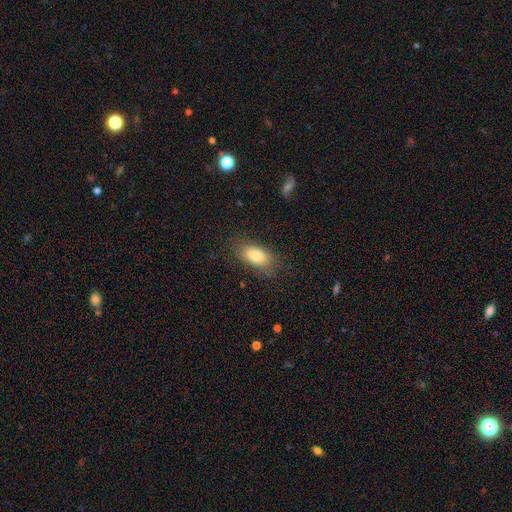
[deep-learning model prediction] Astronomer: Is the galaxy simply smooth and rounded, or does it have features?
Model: smooth — 82%.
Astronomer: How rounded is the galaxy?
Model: in between — 89%.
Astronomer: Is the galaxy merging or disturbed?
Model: none — 82%.